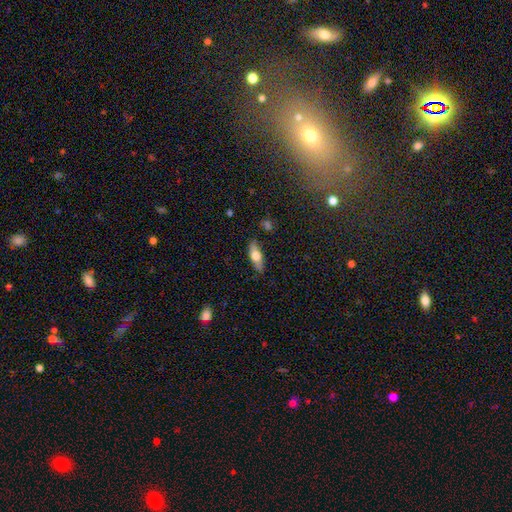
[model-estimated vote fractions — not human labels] smooth-or-featured: smooth: 62% | featured or disk: 31% | star or artifact: 6%
  how-rounded: in between: 62% | cigar-shaped: 35% | round: 3%
  merging: none: 83% | minor disturbance: 13% | major disturbance: 3% | merger: 2%